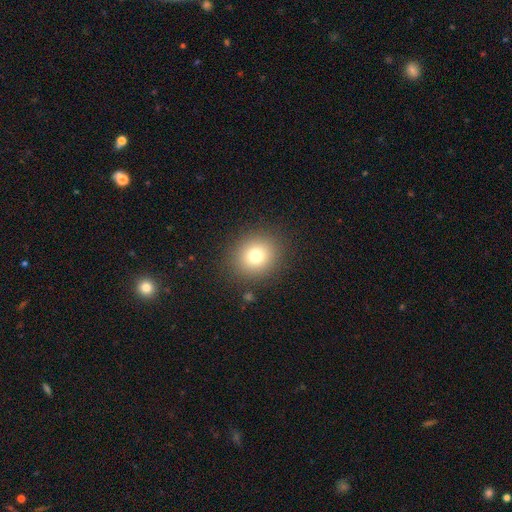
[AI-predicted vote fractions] Smooth or featured?
  - smooth: 76% *
  - star or artifact: 14%
  - featured or disk: 10%
How rounded?
  - round: 85% *
  - in between: 14%
  - cigar-shaped: 1%
Merging?
  - none: 89% *
  - minor disturbance: 7%
  - major disturbance: 3%
  - merger: 1%